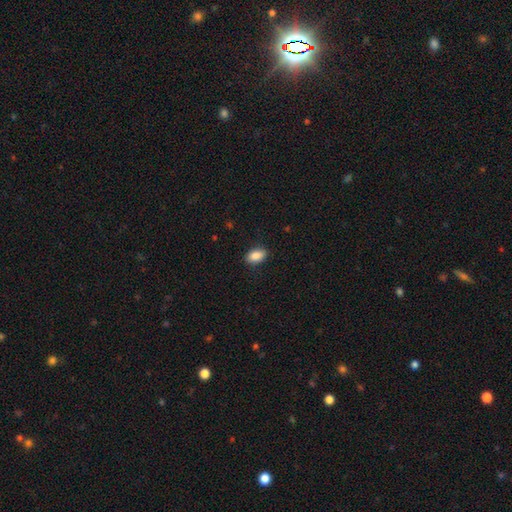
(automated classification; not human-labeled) Morphology: type=smooth (88%); roundness=in between (91%); merging=none (87%).